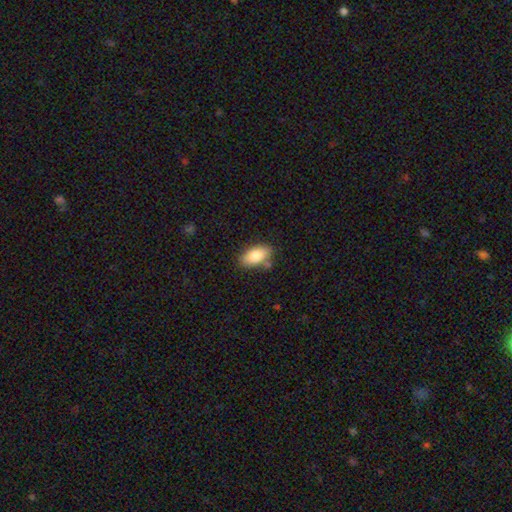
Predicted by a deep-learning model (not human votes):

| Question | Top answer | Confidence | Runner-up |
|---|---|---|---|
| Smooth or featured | smooth | 83% | featured or disk (10%) |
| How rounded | in between | 92% | cigar-shaped (4%) |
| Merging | none | 76% | minor disturbance (15%) |